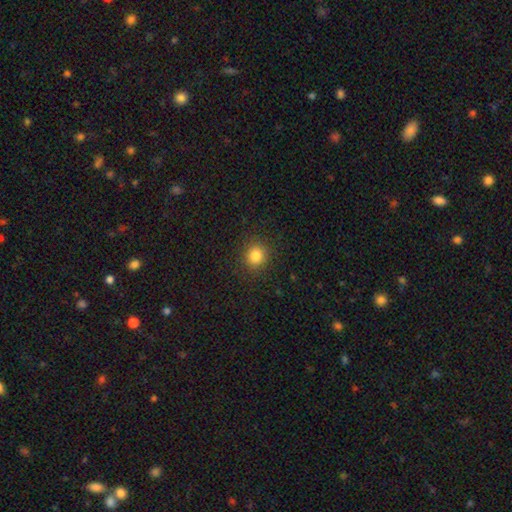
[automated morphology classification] smooth_or_featured: smooth (p=0.83) [alt: star or artifact p=0.12]
how_rounded: round (p=0.84) [alt: in between p=0.15]
merging: none (p=0.90) [alt: minor disturbance p=0.07]